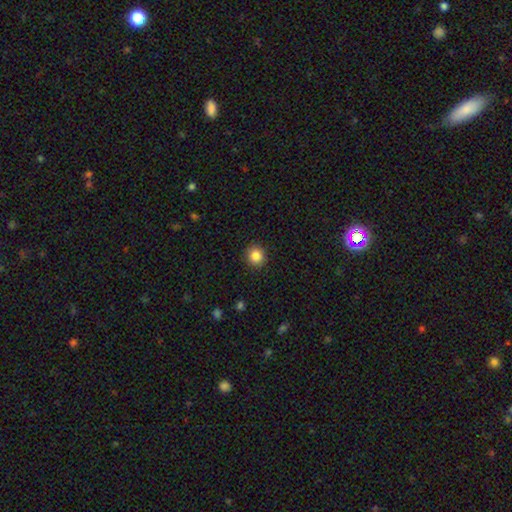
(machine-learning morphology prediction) type=smooth (86%); roundness=round (90%); merging=none (91%).